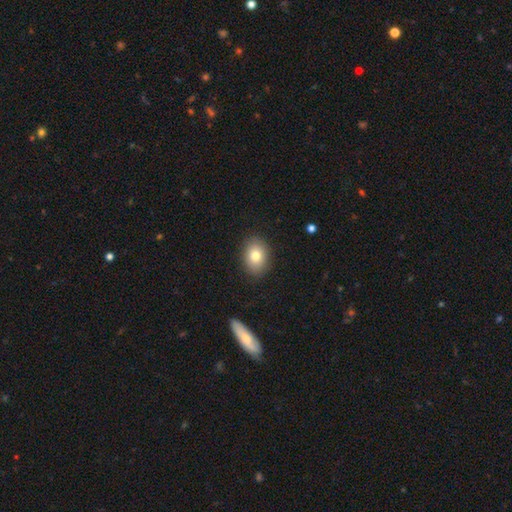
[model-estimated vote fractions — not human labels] This is likely a smooth galaxy (79%). How rounded: likely in between (71%). Merging: clearly none (88%).